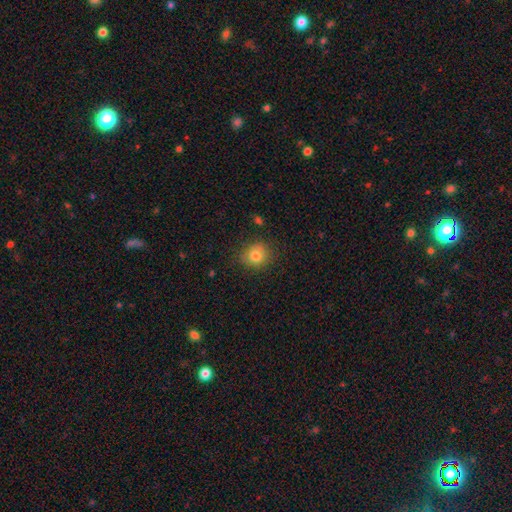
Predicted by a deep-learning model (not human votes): Overall: smooth (80%). How rounded: round (82%). Merging: none (82%).